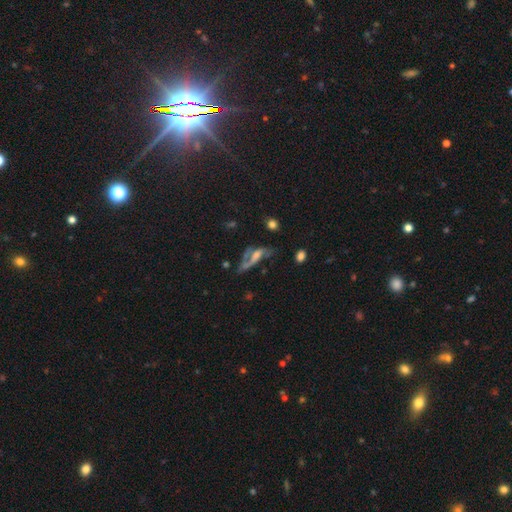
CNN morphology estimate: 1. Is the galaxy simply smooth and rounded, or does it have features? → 48% featured or disk, 31% smooth, 21% star or artifact.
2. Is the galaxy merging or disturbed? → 32% none (tied), 32% major disturbance (tied), 18% merger, 17% minor disturbance.